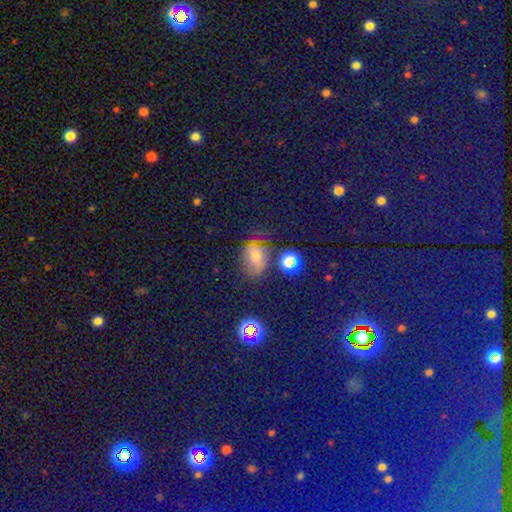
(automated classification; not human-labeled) smooth 52%, star or artifact 31%, featured or disk 17%. Down the decision tree: how rounded — in between (60%); merging — none (56%).